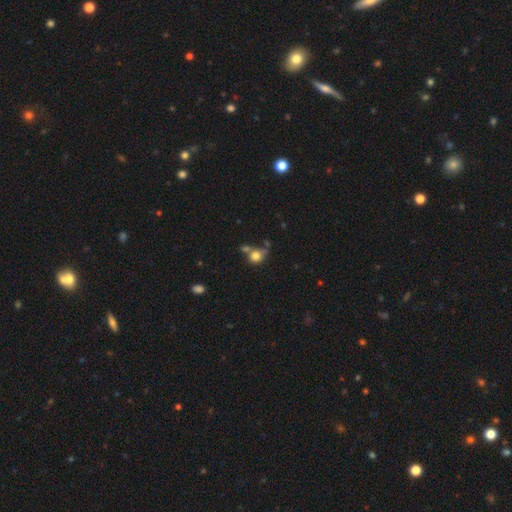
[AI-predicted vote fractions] Q: Smooth or featured?
A: smooth (78%); runner-up: star or artifact (12%)
Q: How rounded?
A: round (76%); runner-up: in between (22%)
Q: Merging?
A: none (47%); runner-up: merger (30%)